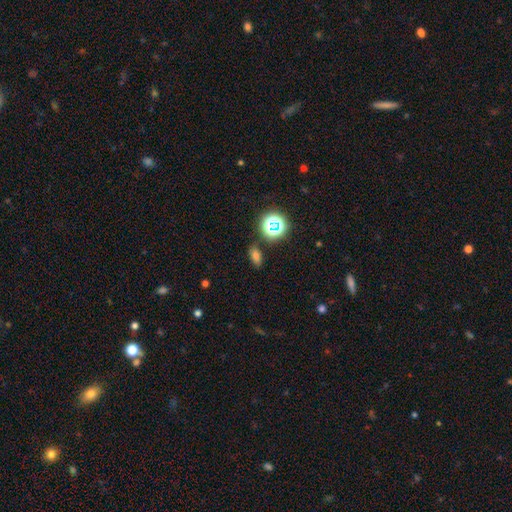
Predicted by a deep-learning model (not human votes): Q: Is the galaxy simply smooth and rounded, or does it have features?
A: smooth — 65%.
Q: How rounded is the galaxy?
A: in between — 81%.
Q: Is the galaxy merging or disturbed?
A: none — 82%.